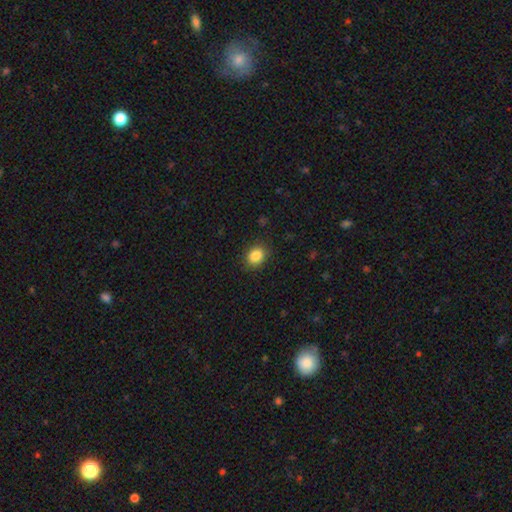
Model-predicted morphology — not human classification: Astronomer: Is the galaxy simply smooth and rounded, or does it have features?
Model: smooth — 86%.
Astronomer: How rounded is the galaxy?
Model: round — 62%.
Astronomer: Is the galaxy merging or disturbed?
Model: none — 86%.